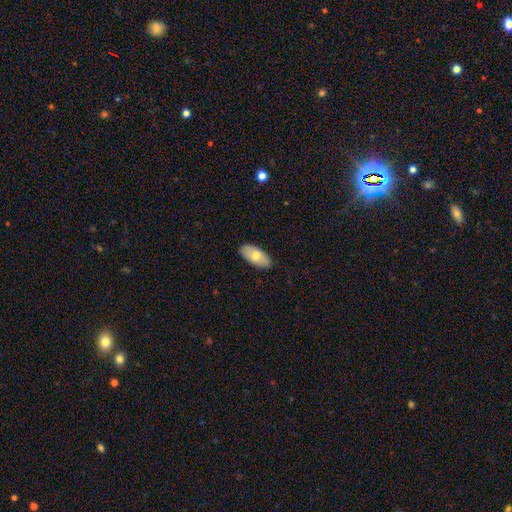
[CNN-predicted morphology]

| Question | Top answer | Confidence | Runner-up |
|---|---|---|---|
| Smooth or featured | smooth | 71% | featured or disk (23%) |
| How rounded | in between | 92% | cigar-shaped (5%) |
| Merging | none | 88% | minor disturbance (9%) |